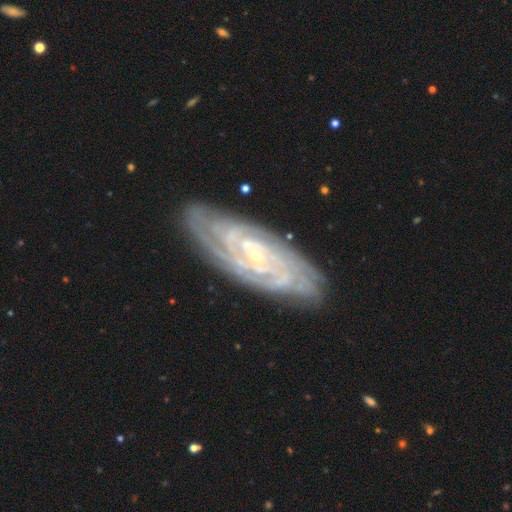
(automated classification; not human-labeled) Smooth or featured?
  - featured or disk: 88% *
  - smooth: 7%
  - star or artifact: 6%
Edge-on disk?
  - no: 90% *
  - yes: 10%
Bar?
  - no: 47% *
  - weak: 37%
  - strong: 15%
Spiral arms?
  - yes: 97% *
  - no: 3%
Spiral winding?
  - tight: 77% *
  - medium: 20%
  - loose: 3%
Spiral arm count?
  - can't tell: 29% *
  - 2: 22%
  - 3: 17%
  - 4: 16%
  - more than 4: 9%
  - 1: 7%
Bulge size?
  - small: 80% *
  - moderate: 15%
  - none: 3%
  - large: 1%
  - dominant: 1%
Merging?
  - none: 82% *
  - minor disturbance: 14%
  - major disturbance: 3%
  - merger: 2%